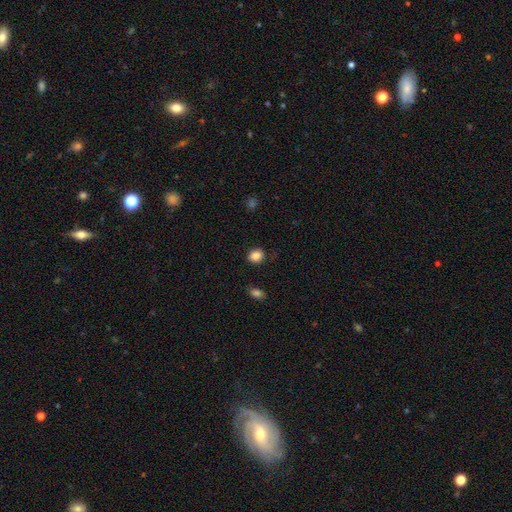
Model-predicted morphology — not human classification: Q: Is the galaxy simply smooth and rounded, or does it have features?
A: smooth — 86%.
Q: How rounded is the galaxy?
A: round — 61%.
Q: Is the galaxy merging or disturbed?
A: none — 85%.